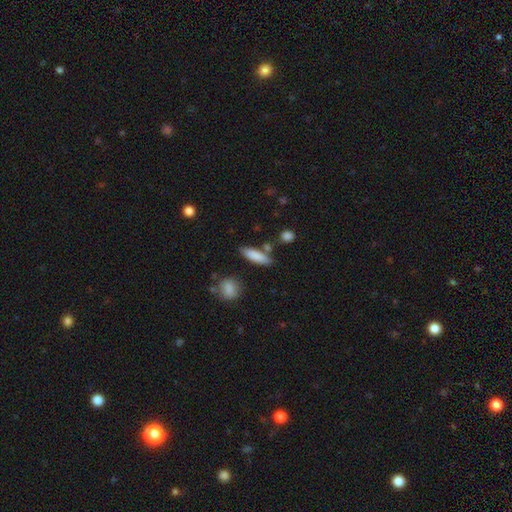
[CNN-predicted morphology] type=smooth (85%); roundness=cigar-shaped (55%); merging=none (77%).